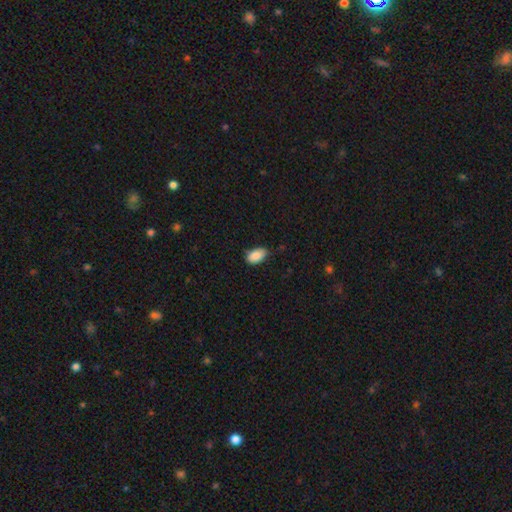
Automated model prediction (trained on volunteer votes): Smooth or featured: smooth — 87% (star or artifact — 7%)
How rounded: in between — 93% (round — 5%)
Merging: none — 67% (minor disturbance — 28%)